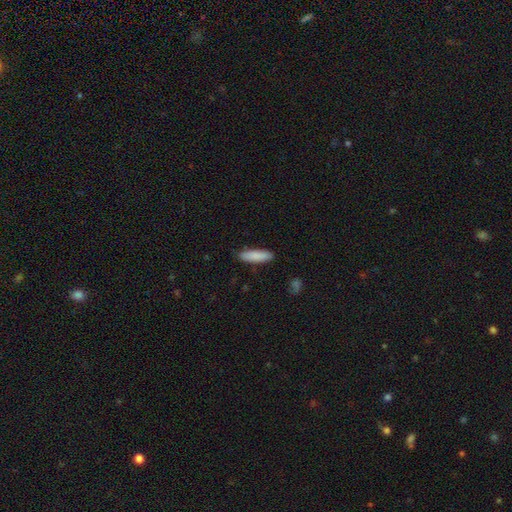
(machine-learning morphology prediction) Overall: smooth (86%). How rounded: cigar-shaped (65%; in between 33%). Merging: none (87%).